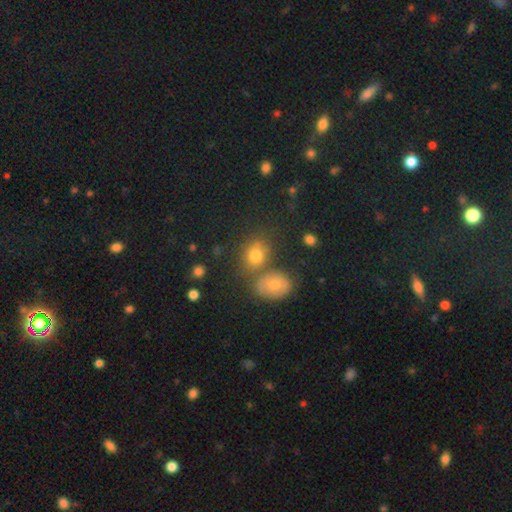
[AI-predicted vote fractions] Overall: smooth (72%). How rounded: in between (50%; round 49%). Merging: none (60%; merger 23%).